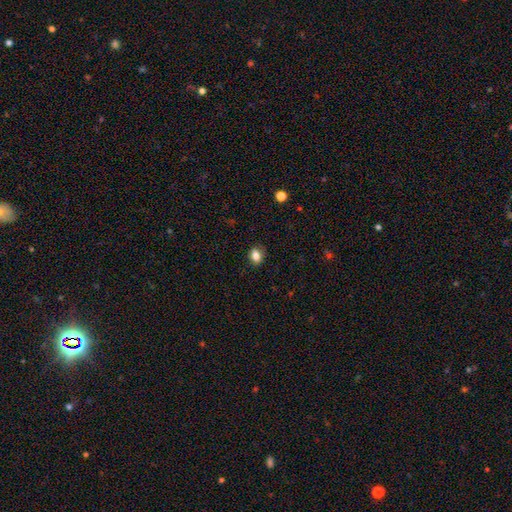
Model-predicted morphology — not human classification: This is clearly a smooth galaxy (83%). How rounded: likely in between (70%). Merging: clearly none (86%).